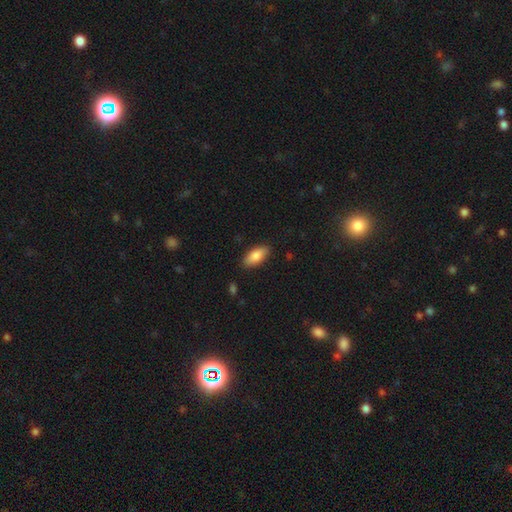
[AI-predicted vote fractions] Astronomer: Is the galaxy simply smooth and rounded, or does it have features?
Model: smooth — 84%.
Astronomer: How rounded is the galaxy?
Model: in between — 87%.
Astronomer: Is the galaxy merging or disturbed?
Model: none — 86%.